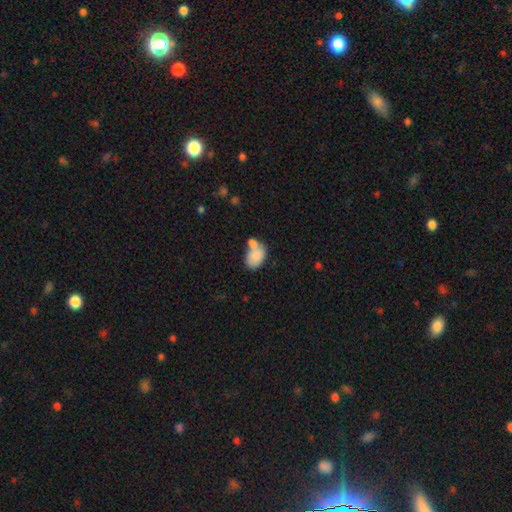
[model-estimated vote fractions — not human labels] Overall: smooth (81%). How rounded: in between (85%). Merging: merger (47%; none 31%).